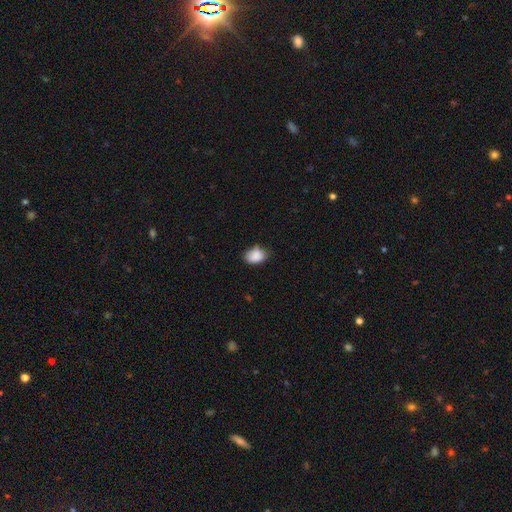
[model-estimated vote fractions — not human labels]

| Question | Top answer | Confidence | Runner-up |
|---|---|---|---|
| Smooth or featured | smooth | 86% | star or artifact (8%) |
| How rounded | in between | 76% | round (23%) |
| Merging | none | 61% | minor disturbance (29%) |